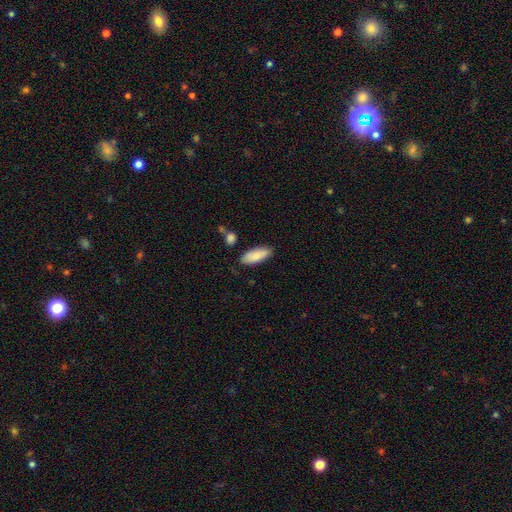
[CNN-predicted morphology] A smooth galaxy with no disk features (86%) that is in between round and cigar-shaped (78%). Merging: none (81%).